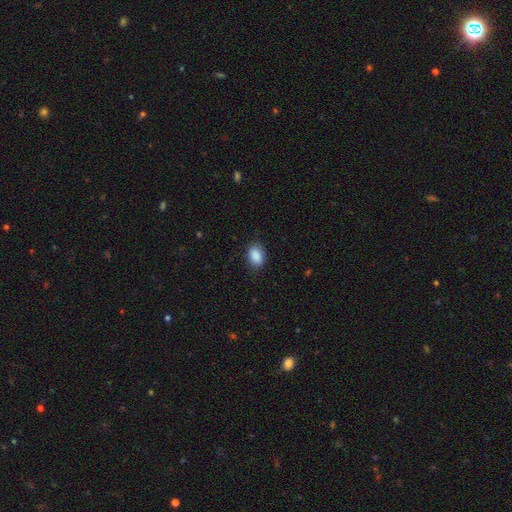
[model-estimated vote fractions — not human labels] Q: Smooth or featured?
A: smooth (89%); runner-up: star or artifact (8%)
Q: How rounded?
A: in between (82%); runner-up: round (17%)
Q: Merging?
A: none (83%); runner-up: minor disturbance (13%)